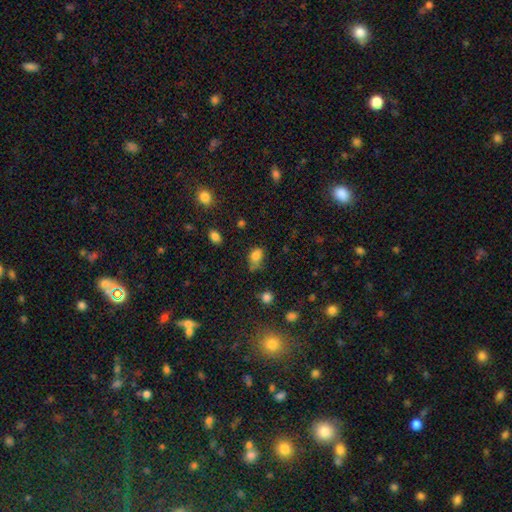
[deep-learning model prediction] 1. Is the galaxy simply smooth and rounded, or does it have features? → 79% smooth, 12% star or artifact, 9% featured or disk.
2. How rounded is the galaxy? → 76% in between, 22% round, 2% cigar-shaped.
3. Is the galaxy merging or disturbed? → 49% none, 34% minor disturbance, 11% major disturbance, 7% merger.